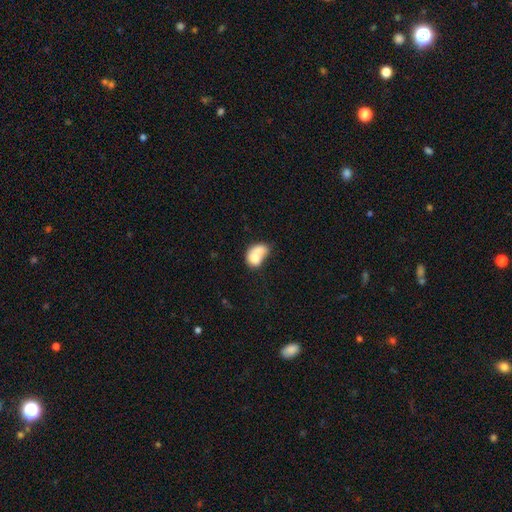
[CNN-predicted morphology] Overall: smooth (71%). How rounded: in between (60%; round 39%). Merging: merger (70%).